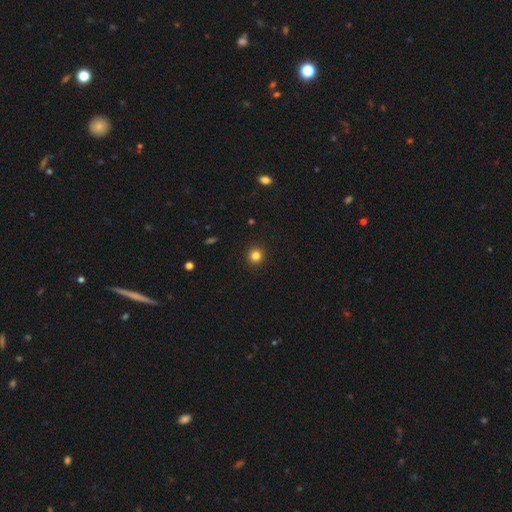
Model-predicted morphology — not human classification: This is clearly a smooth galaxy (83%). How rounded: clearly round (94%). Merging: clearly none (93%).